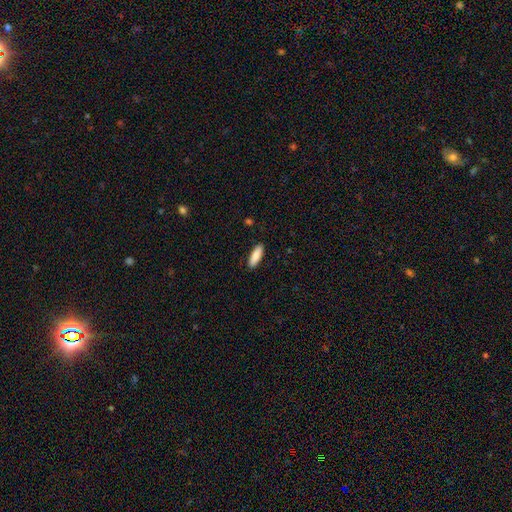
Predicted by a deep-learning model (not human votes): Smooth or featured? smooth (88%)
How rounded? in between (50%)
Merging? none (89%)